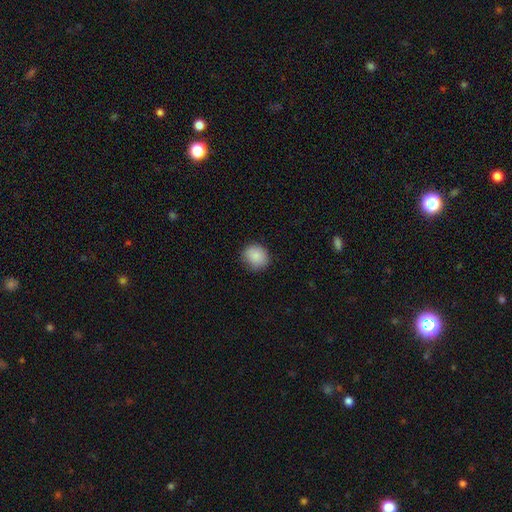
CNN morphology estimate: The model was most divided on "how rounded": round: 75%, in between: 24%, cigar-shaped: 1%. More confident: smooth or featured — smooth (87%); merging — none (83%).